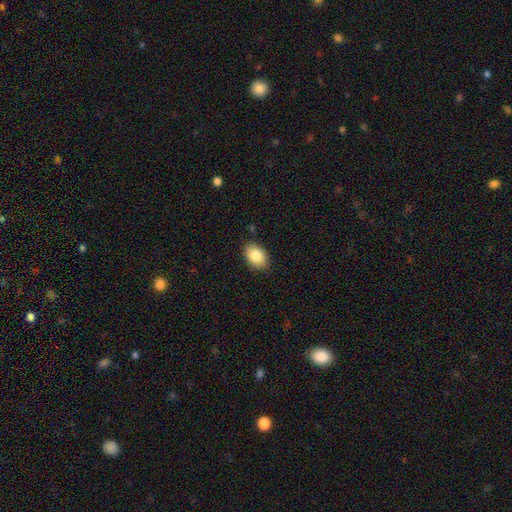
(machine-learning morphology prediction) Smooth or featured? smooth (85%)
How rounded? in between (86%)
Merging? none (86%)